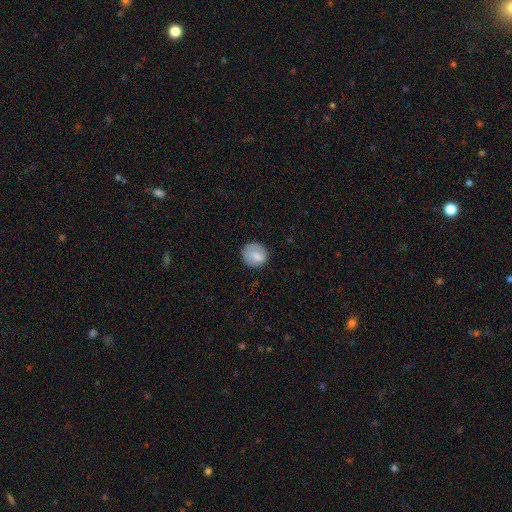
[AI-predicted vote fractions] Q: Smooth or featured?
A: smooth (79%); runner-up: featured or disk (14%)
Q: How rounded?
A: round (83%); runner-up: in between (16%)
Q: Merging?
A: none (77%); runner-up: minor disturbance (16%)